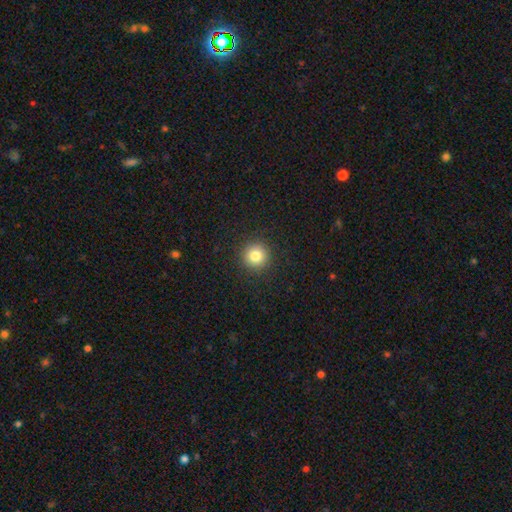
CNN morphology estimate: This appears to be a smooth galaxy with no disk features (83%) that is round (95%). Merging: none (92%).